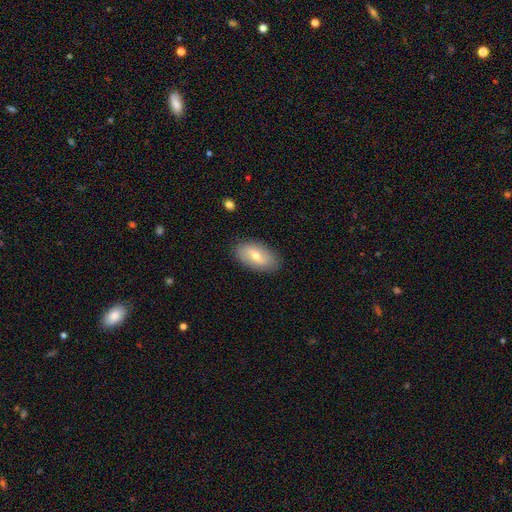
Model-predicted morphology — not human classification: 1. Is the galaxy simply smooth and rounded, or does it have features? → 59% smooth, 34% featured or disk, 7% star or artifact.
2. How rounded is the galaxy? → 92% in between, 4% round, 3% cigar-shaped.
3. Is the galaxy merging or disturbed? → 86% none, 10% minor disturbance, 2% major disturbance, 1% merger.